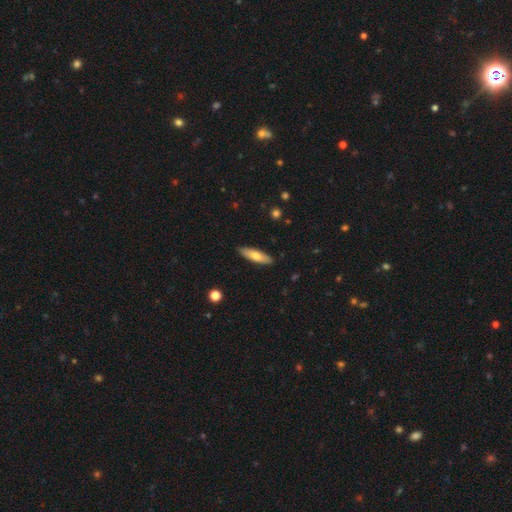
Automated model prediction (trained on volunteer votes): The model was most divided on "how rounded": cigar-shaped: 61%, in between: 37%, round: 2%. More confident: merging — none (89%); smooth or featured — smooth (67%).